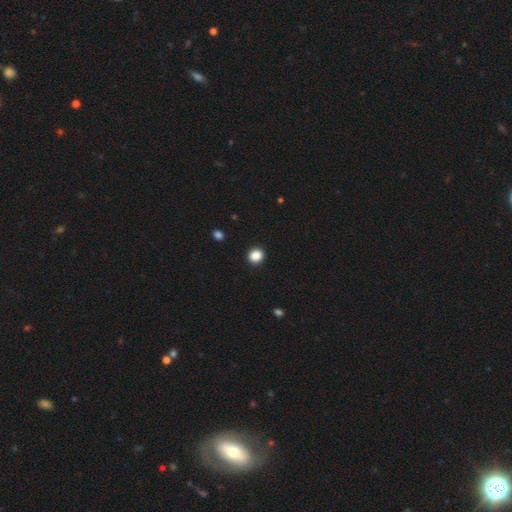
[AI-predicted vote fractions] A smooth galaxy with no disk features (87%) that is round (86%).

Vote fractions:
- Smooth or featured? smooth: 87% / star or artifact: 10% / featured or disk: 3%
- How rounded? round: 86% / in between: 13% / cigar-shaped: 1%
- Merging? none: 92% / minor disturbance: 5% / major disturbance: 2% / merger: 1%